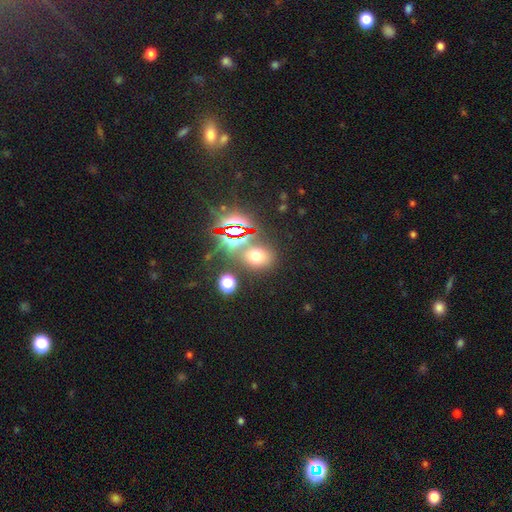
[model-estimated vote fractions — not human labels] Smooth or featured: smooth — 54% (star or artifact — 36%)
How rounded: round — 51% (in between — 48%)
Merging: none — 71% (merger — 13%)